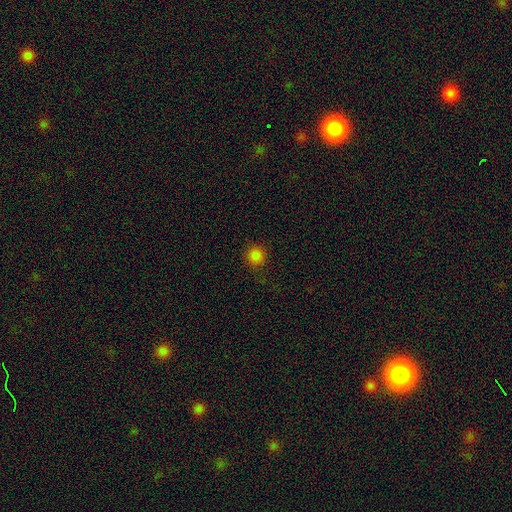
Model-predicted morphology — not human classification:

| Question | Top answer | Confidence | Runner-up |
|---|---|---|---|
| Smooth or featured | smooth | 83% | star or artifact (14%) |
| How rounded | round | 93% | in between (6%) |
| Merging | none | 89% | minor disturbance (7%) |